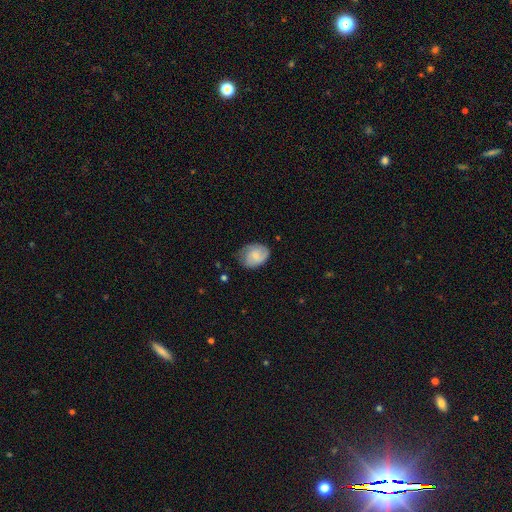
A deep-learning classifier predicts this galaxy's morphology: Smooth or featured? smooth (57%)
How rounded? in between (66%)
Merging? none (60%)